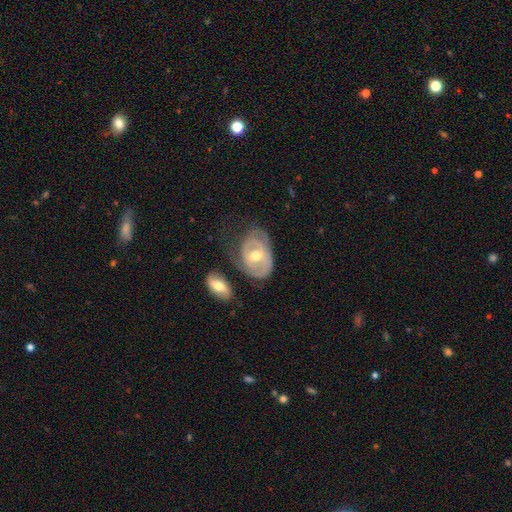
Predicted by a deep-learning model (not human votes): A featured or disk galaxy (72%) with no bar (46%), spiral arms (72%) and a moderate central bulge (69%).

Vote fractions:
- Smooth or featured? featured or disk: 72% / smooth: 22% / star or artifact: 6%
- Edge-on disk? no: 95% / yes: 5%
- Bar? no: 46% / weak: 40% / strong: 14%
- Spiral arms? yes: 72% / no: 28%
- Bulge size? moderate: 69% / small: 26% / large: 3% / none: 1% / dominant: 1%
- Merging? none: 45% / minor disturbance: 27% / major disturbance: 18% / merger: 9%